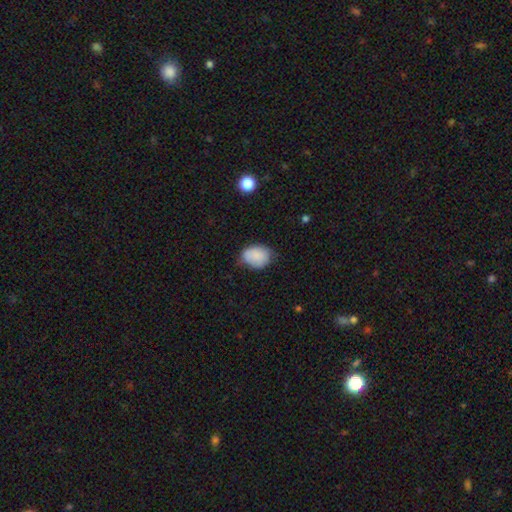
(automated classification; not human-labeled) This appears to be a smooth galaxy with no disk features (85%) that is in between round and cigar-shaped (70%). Merging: none (59%).